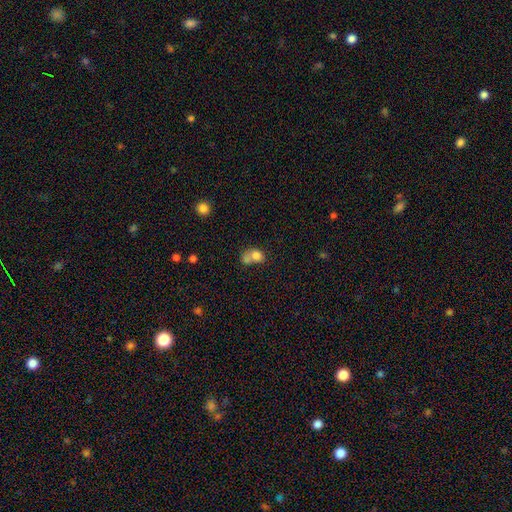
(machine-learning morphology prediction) smooth-or-featured: smooth: 76% | featured or disk: 14% | star or artifact: 10%
  how-rounded: round: 52% | in between: 47% | cigar-shaped: 1%
  merging: merger: 57% | none: 25% | minor disturbance: 11% | major disturbance: 8%